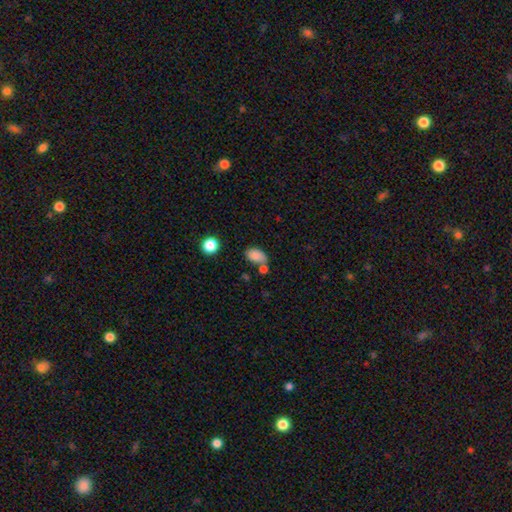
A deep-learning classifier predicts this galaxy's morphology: smooth-or-featured: smooth: 84% | star or artifact: 10% | featured or disk: 7%
  how-rounded: in between: 89% | round: 10% | cigar-shaped: 2%
  merging: none: 53% | merger: 24% | minor disturbance: 17% | major disturbance: 6%